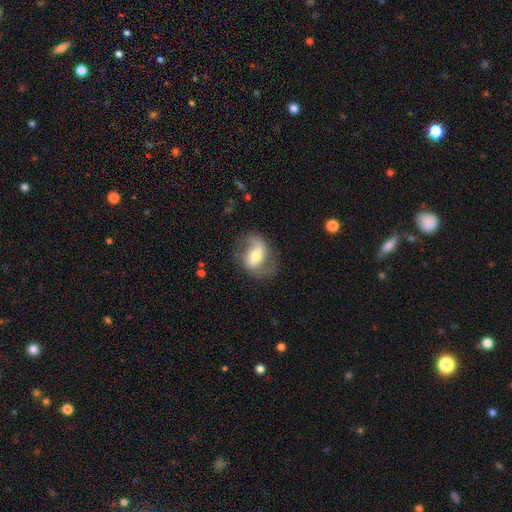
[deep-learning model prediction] smooth-or-featured: featured or disk: 74% | smooth: 20% | star or artifact: 6%
  disk-edge-on: no: 96% | yes: 4%
    bar: weak: 40% | no: 31% | strong: 29%
    has-spiral-arms: yes: 90% | no: 10%
      spiral-winding: loose: 51% | medium: 37% | tight: 11%
      spiral-arm-count: 2: 83% | 1: 9% | can't tell: 5% | 3: 1% | 4: 1% | more than 4: 1%
    bulge-size: moderate: 60% | small: 29% | large: 8% | none: 2% | dominant: 1%
  merging: none: 69% | minor disturbance: 18% | major disturbance: 11% | merger: 2%